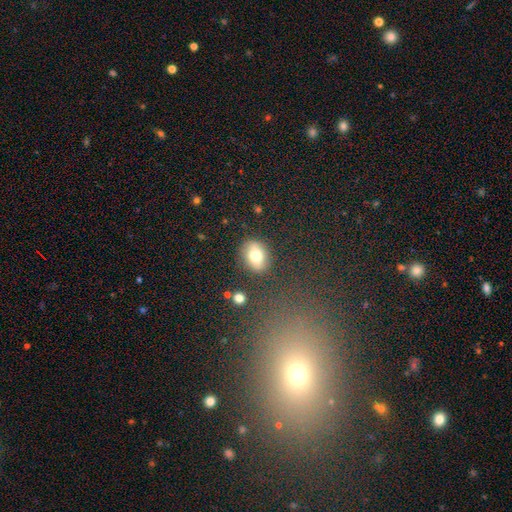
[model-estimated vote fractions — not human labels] Smooth or featured?
  - smooth: 74% *
  - featured or disk: 16%
  - star or artifact: 10%
How rounded?
  - in between: 60% *
  - round: 39%
  - cigar-shaped: 2%
Merging?
  - none: 83% *
  - minor disturbance: 11%
  - major disturbance: 3%
  - merger: 3%